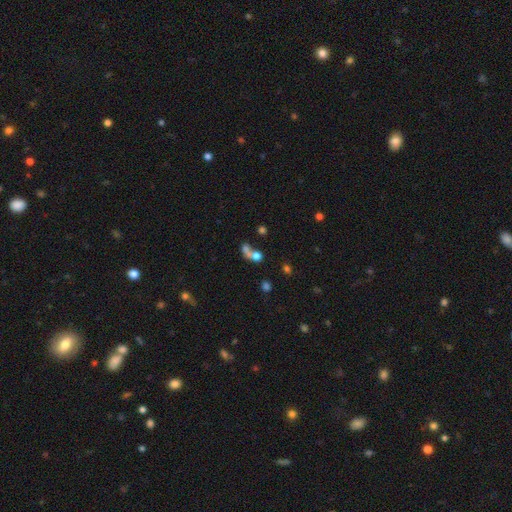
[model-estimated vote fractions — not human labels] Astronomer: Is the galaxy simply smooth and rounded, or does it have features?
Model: smooth — 66%.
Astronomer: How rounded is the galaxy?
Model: round — 59% (runner-up: in between, 37%).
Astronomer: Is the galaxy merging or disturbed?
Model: merger — 54%.